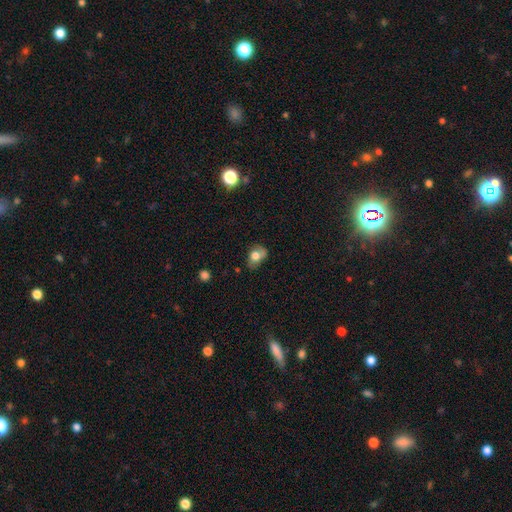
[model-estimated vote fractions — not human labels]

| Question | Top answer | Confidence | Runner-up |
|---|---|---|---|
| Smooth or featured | smooth | 67% | featured or disk (23%) |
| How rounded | in between | 69% | round (29%) |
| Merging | none | 48% | minor disturbance (32%) |